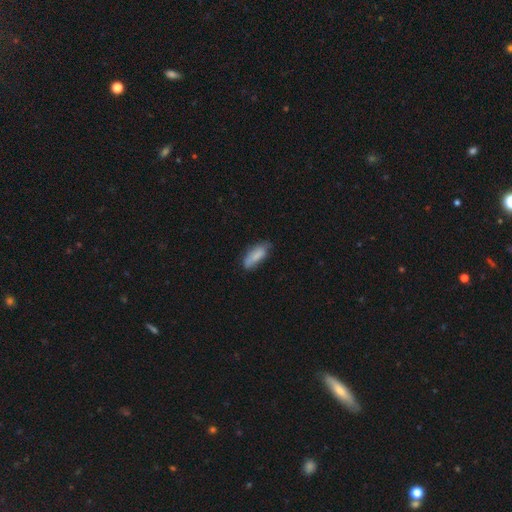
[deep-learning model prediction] Overall: smooth (80%). How rounded: in between (70%). Merging: none (61%; minor disturbance 30%).